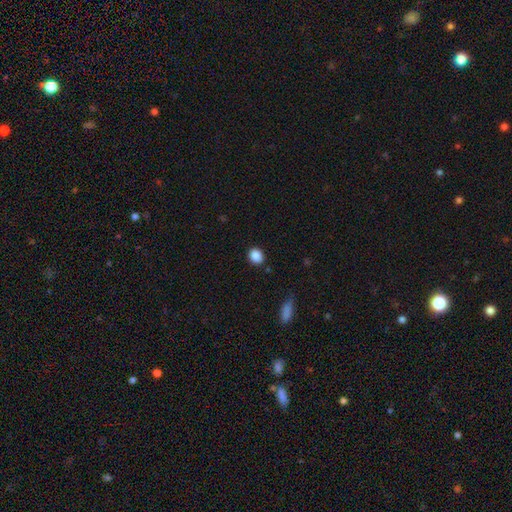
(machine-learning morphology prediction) The model was most divided on "how rounded": round: 70%, in between: 29%, cigar-shaped: 1%. More confident: smooth or featured — smooth (88%); merging — none (87%).